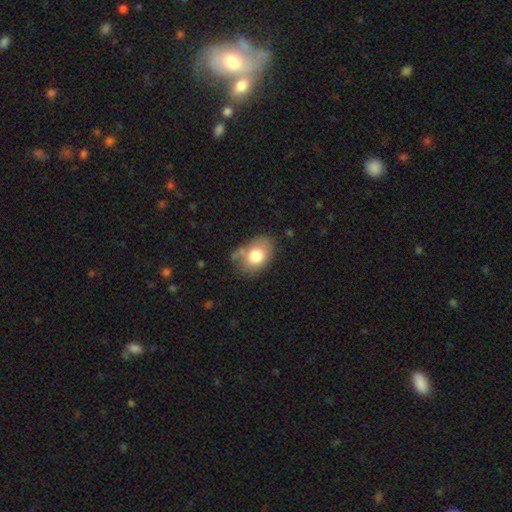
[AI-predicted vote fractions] This appears to be a smooth galaxy with no disk features (77%) that is in between round and cigar-shaped (79%). Merging: none (60%).